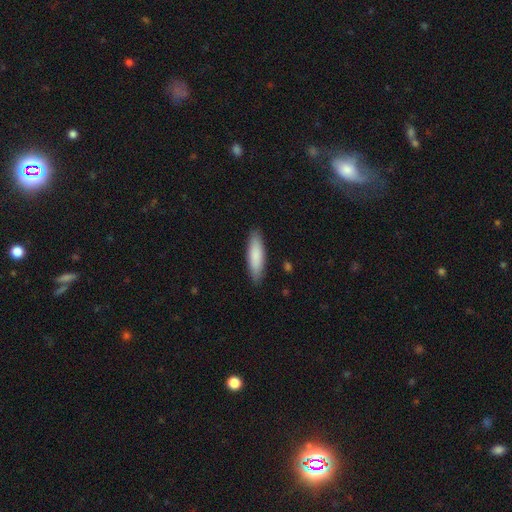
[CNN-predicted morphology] smooth-or-featured: smooth: 85% | featured or disk: 10% | star or artifact: 5%
  how-rounded: cigar-shaped: 58% | in between: 41% | round: 1%
  merging: none: 88% | minor disturbance: 10% | major disturbance: 2% | merger: 1%